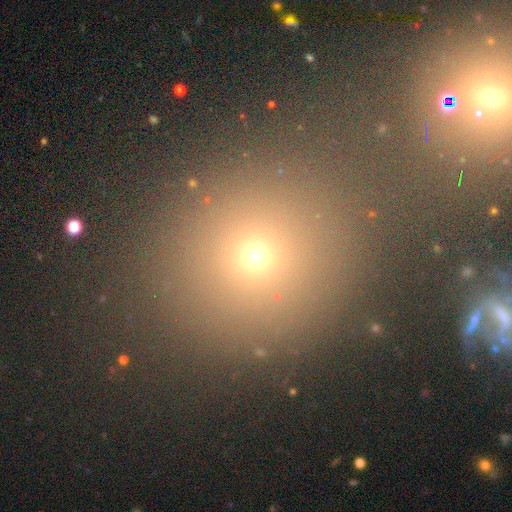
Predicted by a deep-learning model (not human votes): Smooth or featured: smooth — 64% (star or artifact — 26%)
How rounded: round — 84% (in between — 15%)
Merging: none — 69% (merger — 16%)